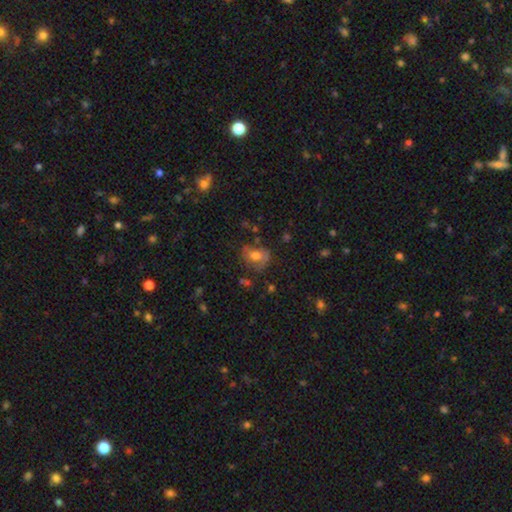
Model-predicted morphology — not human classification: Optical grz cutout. It shows a smooth galaxy with no disk features (60%) that is in between round and cigar-shaped (58%). Merging: none (50%).